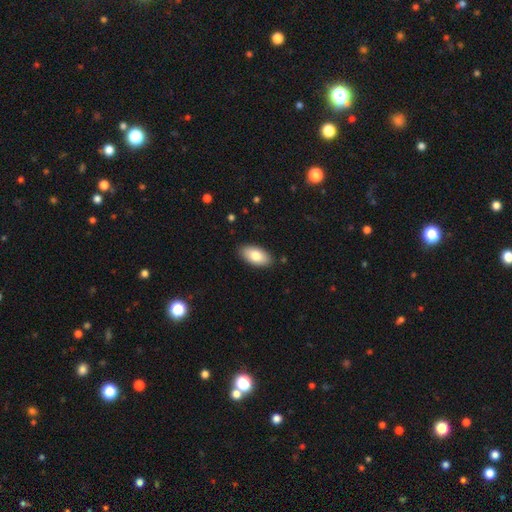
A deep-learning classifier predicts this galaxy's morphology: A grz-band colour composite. It shows a smooth galaxy with no disk features (80%) that is in between round and cigar-shaped (94%). Merging: none (87%).